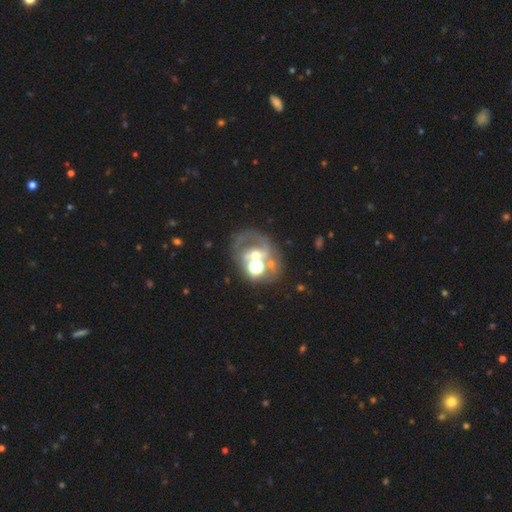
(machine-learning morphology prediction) This appears to be a featured or disk galaxy (52%) with no bar (57%), no spiral arms (52%) and a moderate central bulge (55%). Merging: none (45%).